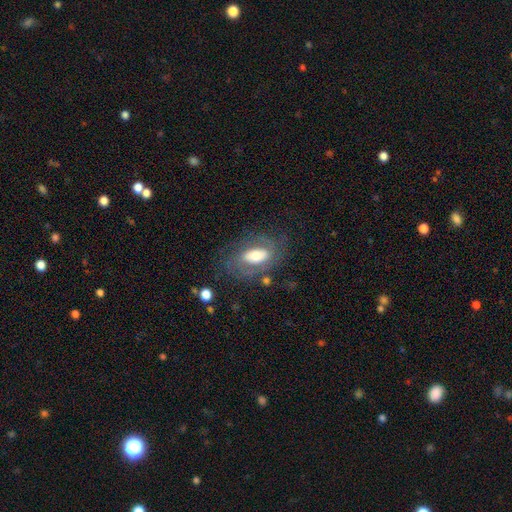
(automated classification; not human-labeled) Smooth or featured? featured or disk (55%)
Edge-on disk? no (90%)
Merging? none (66%)